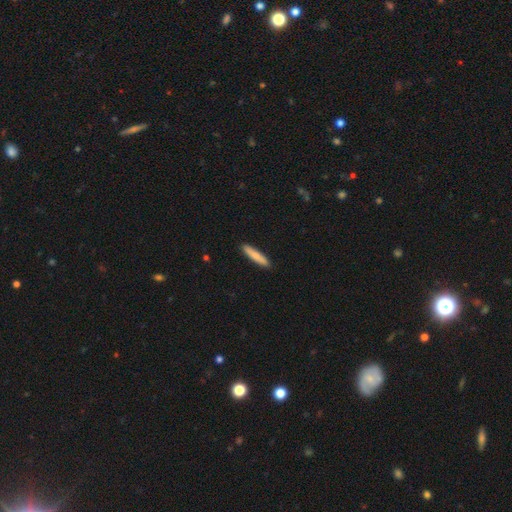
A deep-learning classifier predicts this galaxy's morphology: smooth-or-featured: smooth: 81% | featured or disk: 14% | star or artifact: 5%
  how-rounded: cigar-shaped: 91% | in between: 8% | round: 1%
  merging: none: 91% | minor disturbance: 6% | major disturbance: 1% | merger: 1%